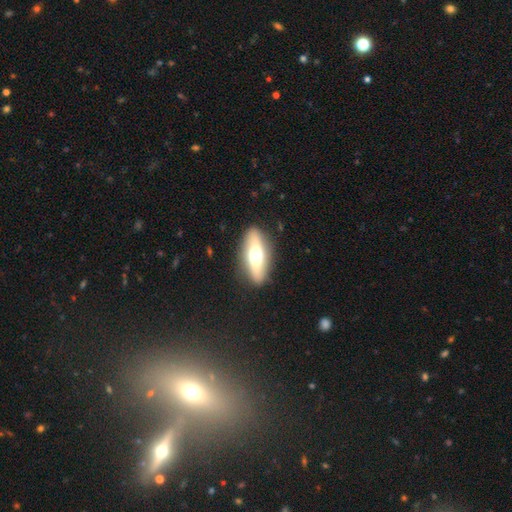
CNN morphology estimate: smooth-or-featured: featured or disk: 49% | smooth: 45% | star or artifact: 6%
  merging: none: 87% | minor disturbance: 9% | major disturbance: 3% | merger: 1%